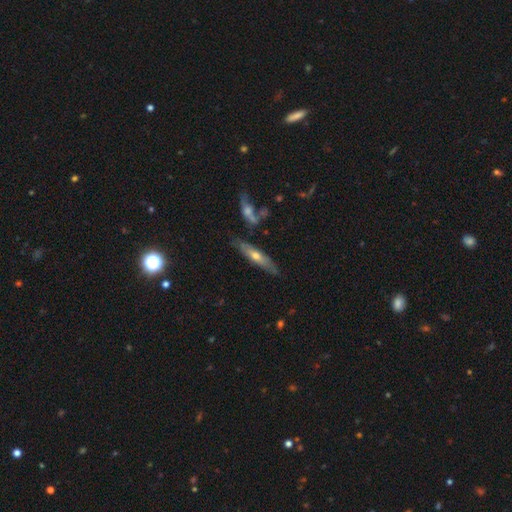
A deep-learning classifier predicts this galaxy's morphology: This appears to be a featured or disk galaxy (51%) viewed edge-on (73%). Merging: none (73%).